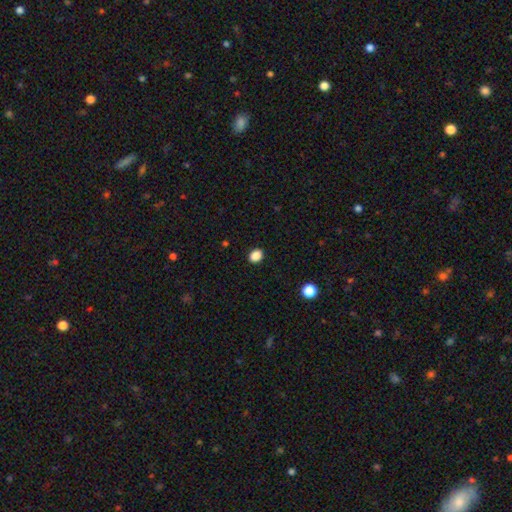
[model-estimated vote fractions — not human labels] smooth-or-featured: smooth: 87% | star or artifact: 10% | featured or disk: 3%
  how-rounded: round: 50% | in between: 49% | cigar-shaped: 1%
  merging: none: 91% | minor disturbance: 6% | major disturbance: 2% | merger: 1%